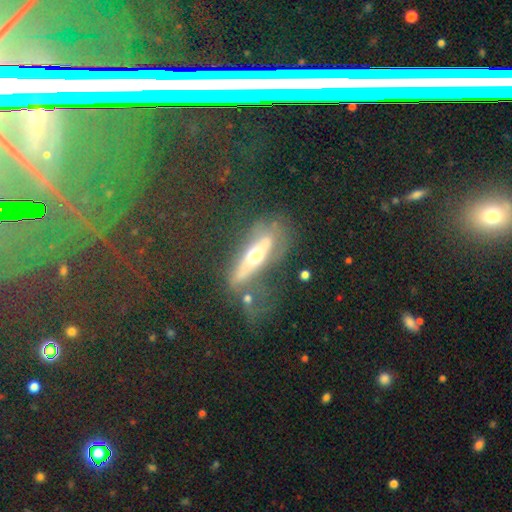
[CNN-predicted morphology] type=featured or disk (40%); merging=none (64%).